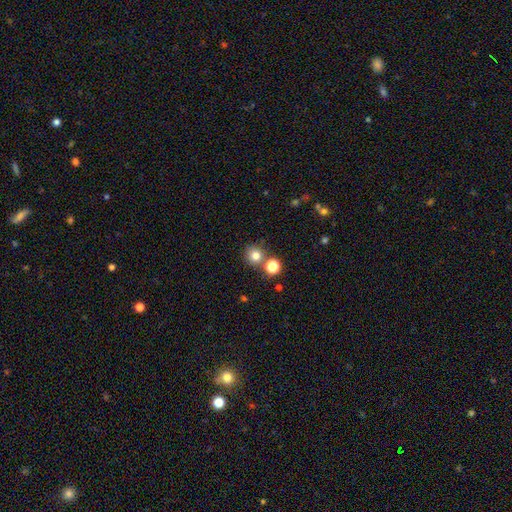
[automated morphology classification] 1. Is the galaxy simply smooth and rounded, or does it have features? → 78% smooth, 15% star or artifact, 7% featured or disk.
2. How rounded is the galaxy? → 92% round, 7% in between, 1% cigar-shaped.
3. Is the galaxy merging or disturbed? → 72% none, 18% merger, 7% minor disturbance, 3% major disturbance.